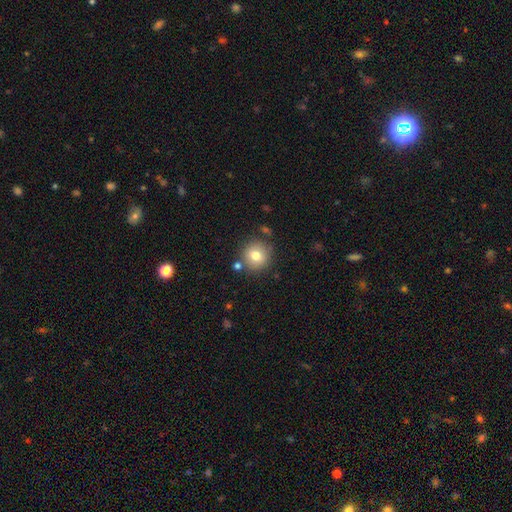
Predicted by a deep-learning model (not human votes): A smooth galaxy with no disk features (75%) that is round (93%).

Vote fractions:
- Smooth or featured? smooth: 75% / featured or disk: 14% / star or artifact: 11%
- How rounded? round: 93% / in between: 6% / cigar-shaped: 1%
- Merging? none: 82% / minor disturbance: 9% / merger: 6% / major disturbance: 3%